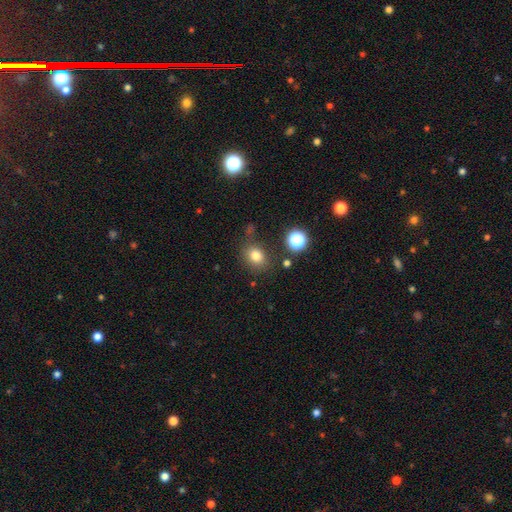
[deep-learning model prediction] Smooth or featured: smooth — 78% (star or artifact — 15%)
How rounded: round — 62% (in between — 37%)
Merging: none — 78% (minor disturbance — 13%)